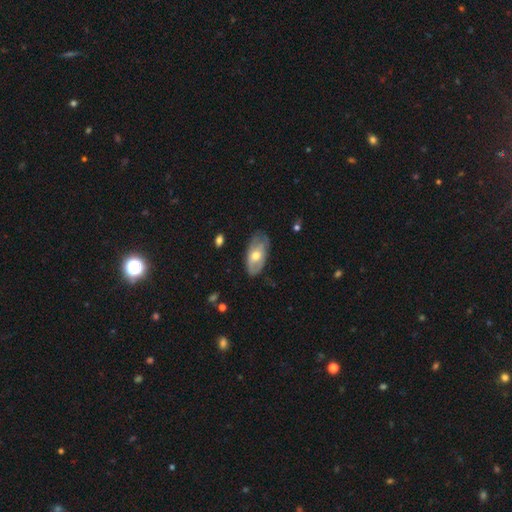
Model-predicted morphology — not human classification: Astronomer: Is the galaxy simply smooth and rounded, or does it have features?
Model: smooth — 50% (runner-up: featured or disk, 44%).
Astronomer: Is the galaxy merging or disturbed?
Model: none — 66%.